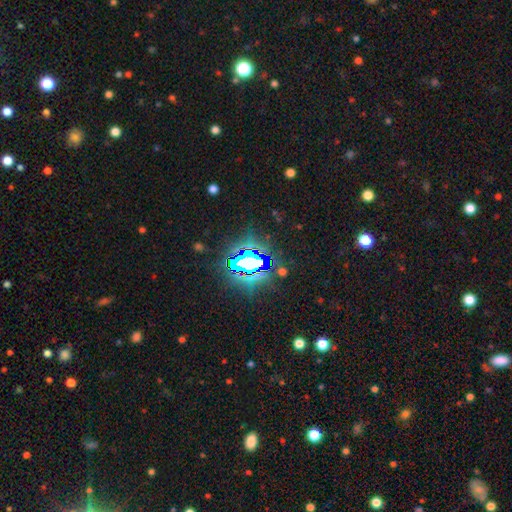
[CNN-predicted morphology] smooth_or_featured: star or artifact (p=0.83) [alt: smooth p=0.09]